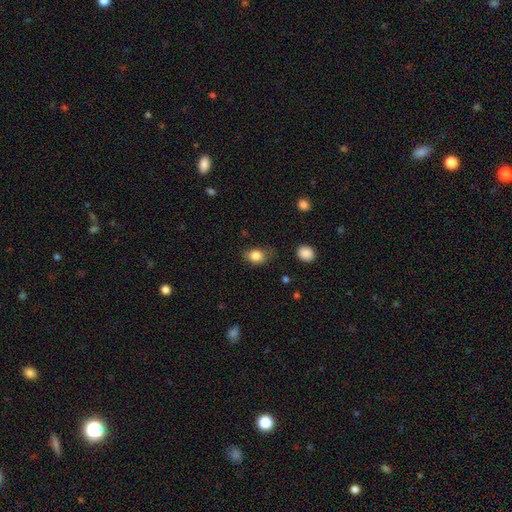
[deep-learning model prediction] This appears to be a smooth galaxy with no disk features (83%) that is in between round and cigar-shaped (69%). Merging: none (63%).